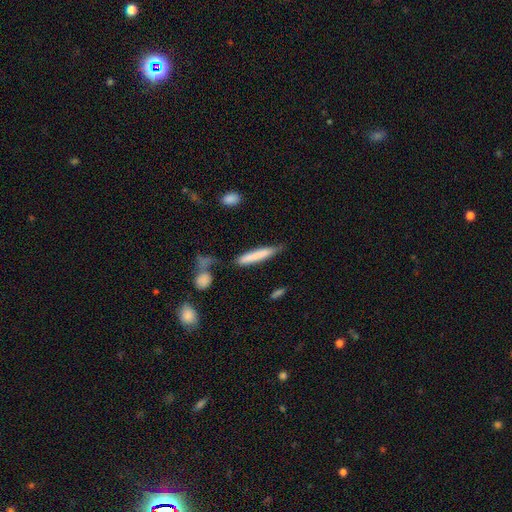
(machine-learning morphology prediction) Overall: smooth (73%). How rounded: cigar-shaped (93%). Merging: none (69%).